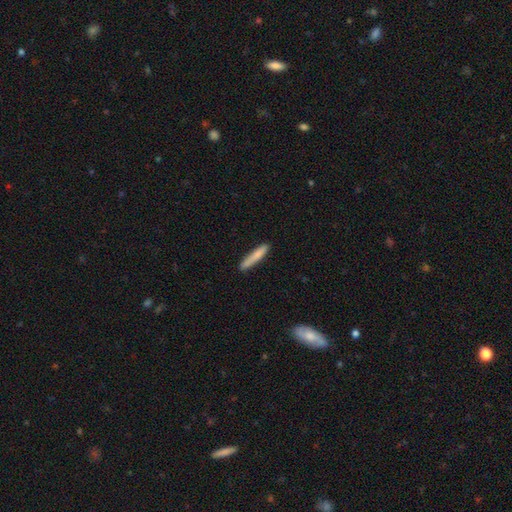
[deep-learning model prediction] A smooth galaxy with no disk features (78%) that is cigar-shaped (93%). Merging: none (85%).